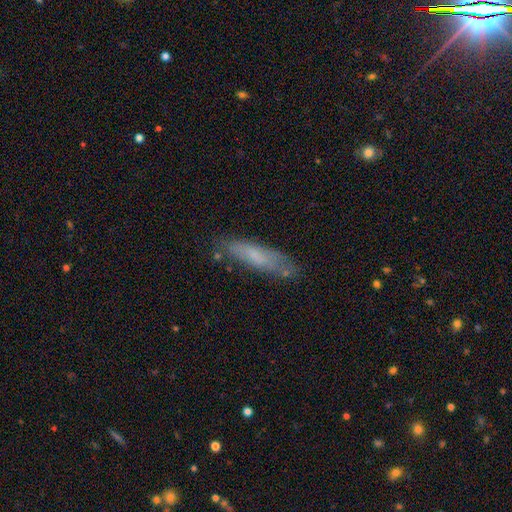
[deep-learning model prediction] Q: Smooth or featured?
A: smooth (64%); runner-up: featured or disk (28%)
Q: How rounded?
A: cigar-shaped (73%); runner-up: in between (25%)
Q: Merging?
A: none (71%); runner-up: minor disturbance (20%)